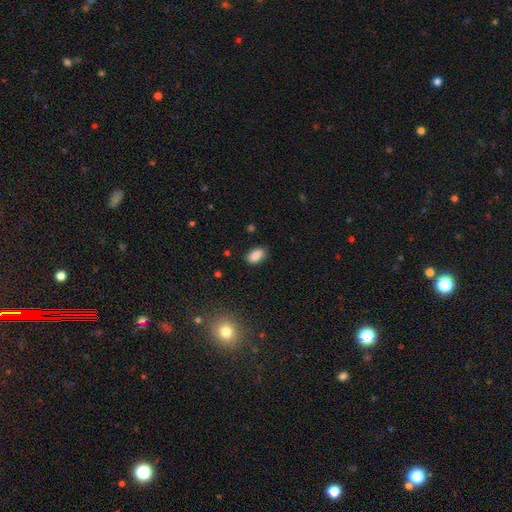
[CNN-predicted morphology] A smooth galaxy with no disk features (86%) that is in between round and cigar-shaped (91%).

Vote fractions:
- Smooth or featured? smooth: 86% / star or artifact: 9% / featured or disk: 5%
- How rounded? in between: 91% / round: 6% / cigar-shaped: 2%
- Merging? none: 83% / minor disturbance: 13% / major disturbance: 3% / merger: 1%